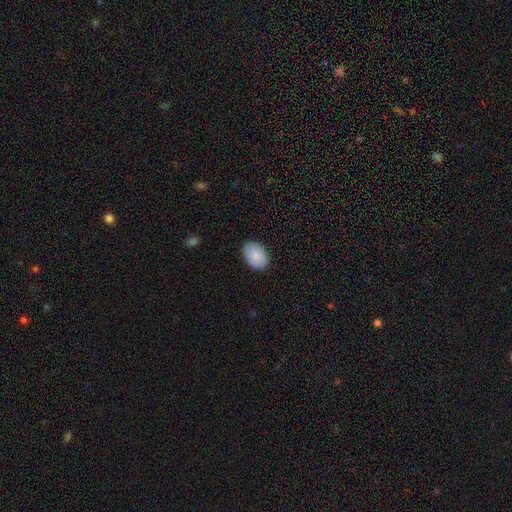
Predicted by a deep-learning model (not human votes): A smooth galaxy with no disk features (84%) that is in between round and cigar-shaped (87%). Merging: none (85%).